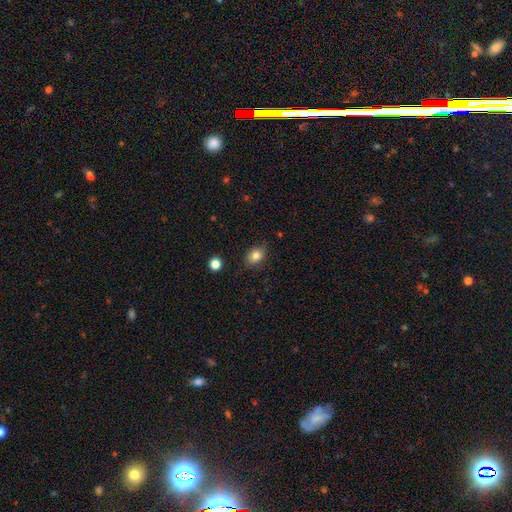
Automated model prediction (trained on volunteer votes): Overall: smooth (84%). How rounded: in between (67%; round 32%). Merging: none (81%).